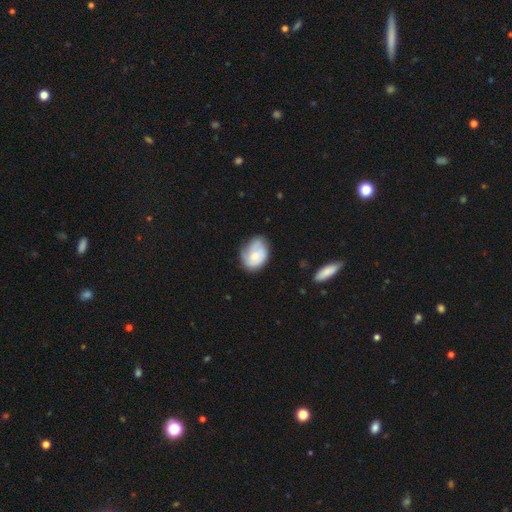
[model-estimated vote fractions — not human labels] Overall: smooth (54%; featured or disk 39%). How rounded: in between (65%; round 33%). Merging: none (51%; minor disturbance 34%).